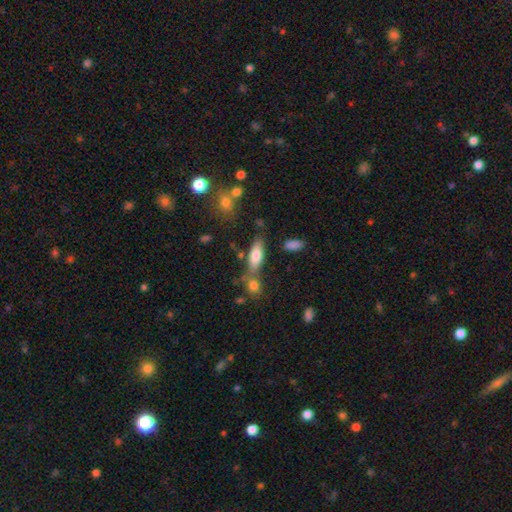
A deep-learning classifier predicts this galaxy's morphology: Overall: smooth (74%). How rounded: in between (65%; cigar-shaped 32%). Merging: none (59%; merger 20%).